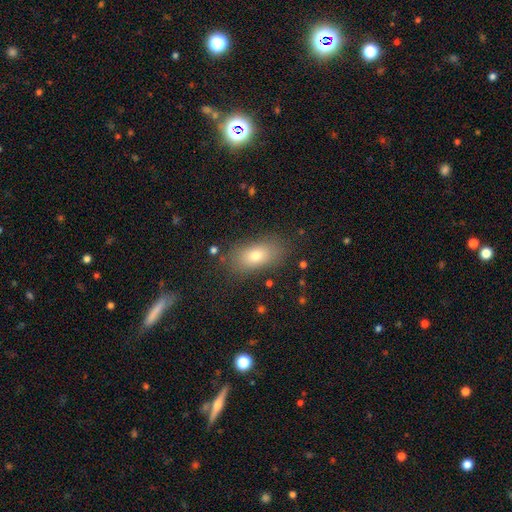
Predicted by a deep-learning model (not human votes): Smooth or featured? smooth (76%)
How rounded? in between (86%)
Merging? none (81%)